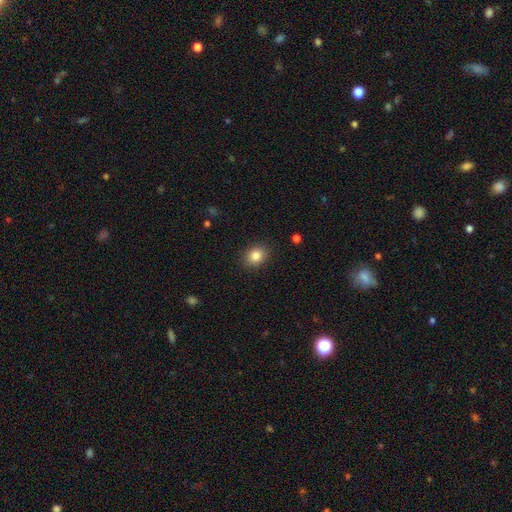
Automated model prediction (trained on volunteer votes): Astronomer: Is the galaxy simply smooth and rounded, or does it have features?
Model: smooth — 85%.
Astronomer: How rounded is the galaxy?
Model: round — 61% (runner-up: in between, 38%).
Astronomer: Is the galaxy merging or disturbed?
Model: none — 88%.